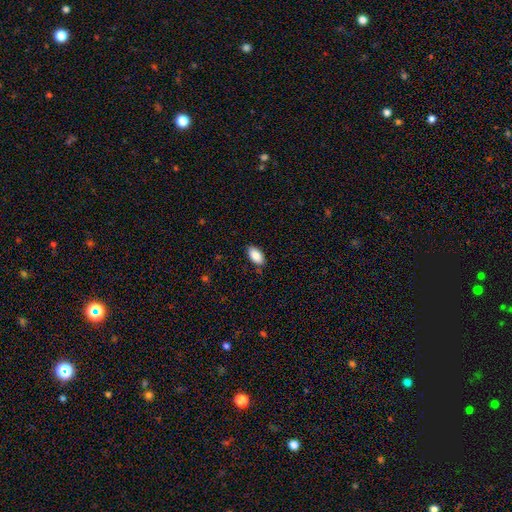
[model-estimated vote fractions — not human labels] Overall: smooth (89%). How rounded: in between (94%). Merging: none (82%).